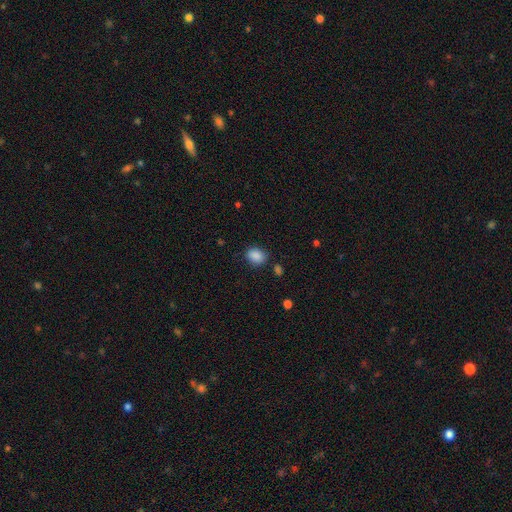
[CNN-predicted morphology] smooth 87%, star or artifact 9%, featured or disk 4%. Down the decision tree: how rounded — in between (62%); merging — none (78%).